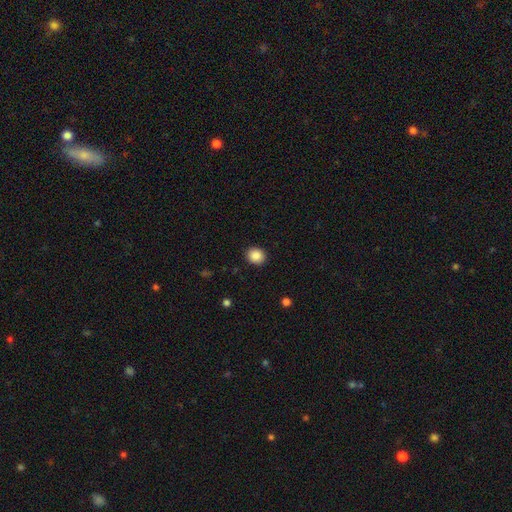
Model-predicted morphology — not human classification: type=smooth (88%); roundness=round (75%); merging=none (91%).